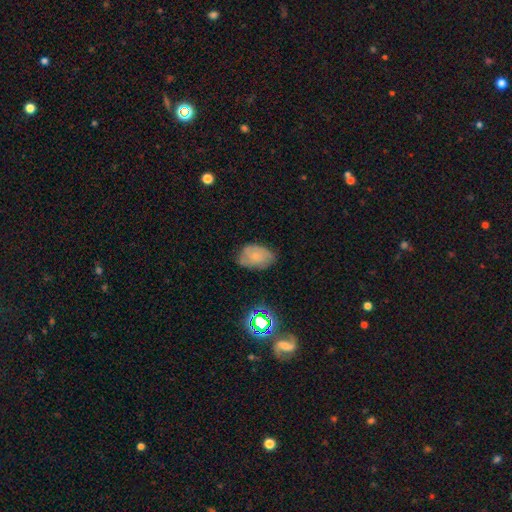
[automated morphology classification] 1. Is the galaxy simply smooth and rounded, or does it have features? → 56% smooth, 32% featured or disk, 12% star or artifact.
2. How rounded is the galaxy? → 84% in between, 14% round, 1% cigar-shaped.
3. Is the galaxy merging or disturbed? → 65% none, 26% minor disturbance, 6% major disturbance, 2% merger.